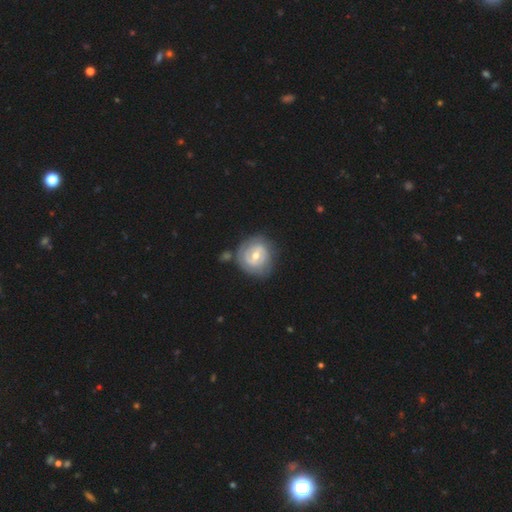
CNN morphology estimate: smooth-or-featured: featured or disk: 74% | smooth: 20% | star or artifact: 6%
  disk-edge-on: no: 97% | yes: 3%
    bar: weak: 54% | no: 28% | strong: 18%
    has-spiral-arms: yes: 85% | no: 15%
      spiral-winding: tight: 70% | medium: 23% | loose: 7%
      spiral-arm-count: 2: 52% | can't tell: 30% | 3: 9% | 1: 5% | 4: 3% | more than 4: 3%
    bulge-size: moderate: 63% | small: 33% | large: 2% | none: 1% | dominant: 1%
  merging: none: 73% | minor disturbance: 16% | major disturbance: 6% | merger: 5%